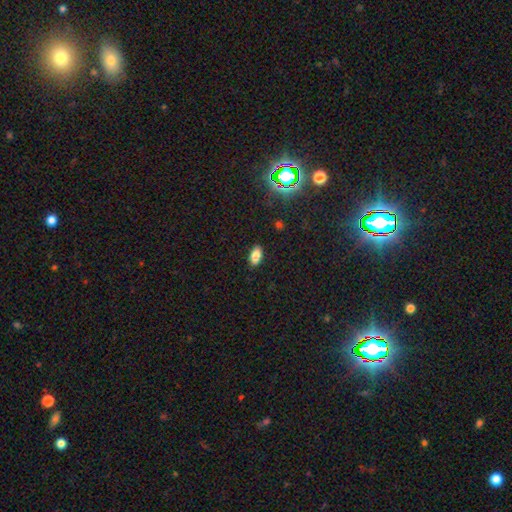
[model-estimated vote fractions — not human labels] This is clearly a smooth galaxy (82%). How rounded: clearly in between (91%). Merging: clearly none (89%).